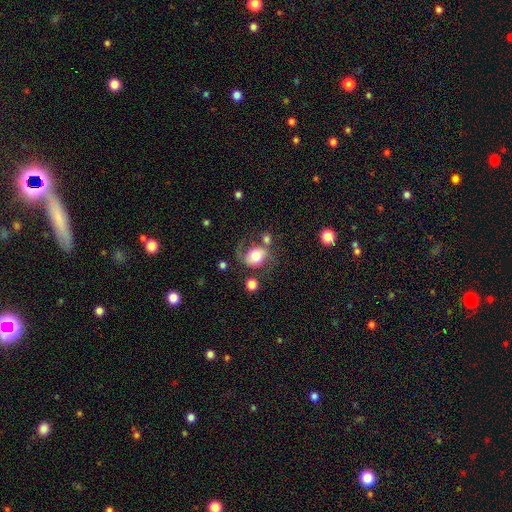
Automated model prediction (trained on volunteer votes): Overall: smooth (46%; featured or disk 45%). Merging: none (48%; minor disturbance 21%).